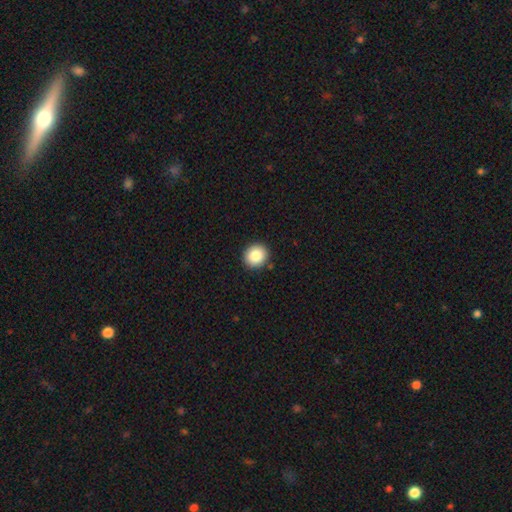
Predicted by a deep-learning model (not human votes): smooth_or_featured: smooth (p=0.84) [alt: star or artifact p=0.09]
how_rounded: round (p=0.84) [alt: in between p=0.15]
merging: none (p=0.91) [alt: minor disturbance p=0.06]